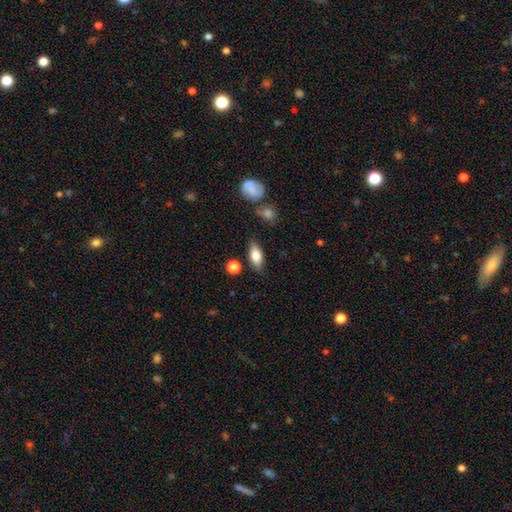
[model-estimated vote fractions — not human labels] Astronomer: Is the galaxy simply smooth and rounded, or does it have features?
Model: smooth — 80%.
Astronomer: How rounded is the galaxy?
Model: in between — 84%.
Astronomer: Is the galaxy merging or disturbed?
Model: none — 81%.